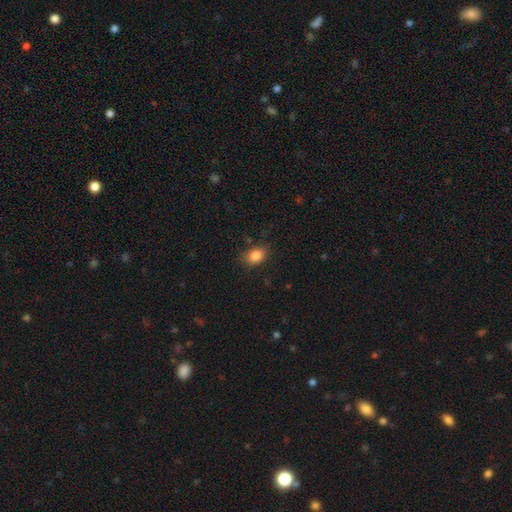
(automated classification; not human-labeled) This appears to be a smooth galaxy with no disk features (85%) that is in between round and cigar-shaped (77%). Merging: none (78%).